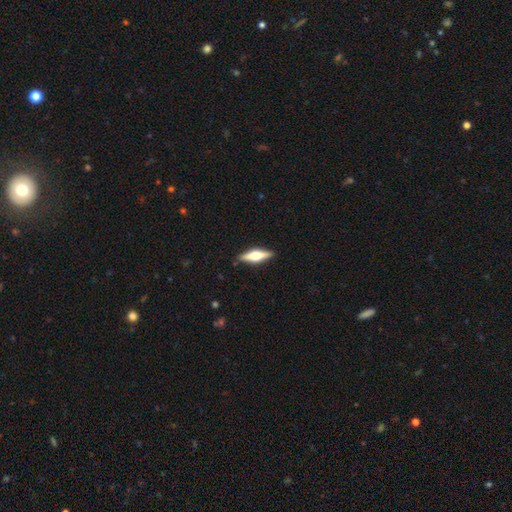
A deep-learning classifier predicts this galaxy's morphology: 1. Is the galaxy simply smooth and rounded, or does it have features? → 58% featured or disk, 36% smooth, 6% star or artifact.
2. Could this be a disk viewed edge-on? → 95% yes, 5% no.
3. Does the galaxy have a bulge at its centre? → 93% rounded, 6% boxy, 2% none.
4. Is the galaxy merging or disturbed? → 88% none, 9% minor disturbance, 2% major disturbance, 1% merger.